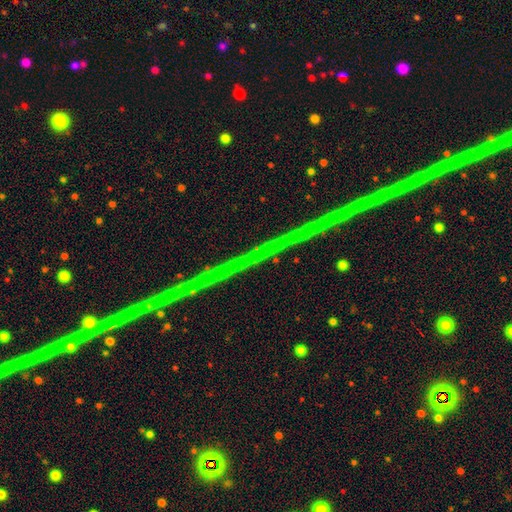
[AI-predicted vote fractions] Smooth or featured?
  - star or artifact: 85% *
  - featured or disk: 10%
  - smooth: 5%